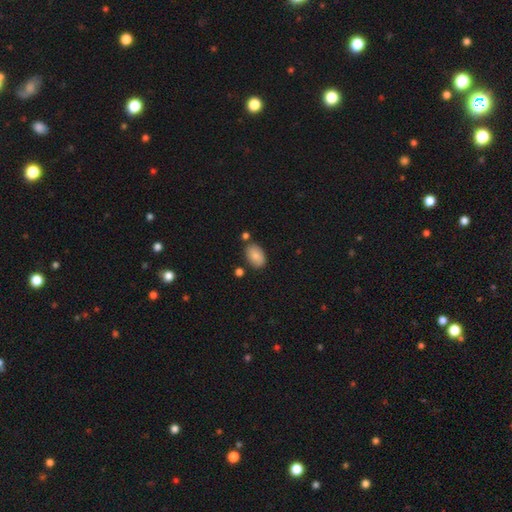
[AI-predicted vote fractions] smooth 85%, featured or disk 8%, star or artifact 7%. Down the decision tree: how rounded — in between (91%); merging — none (78%).